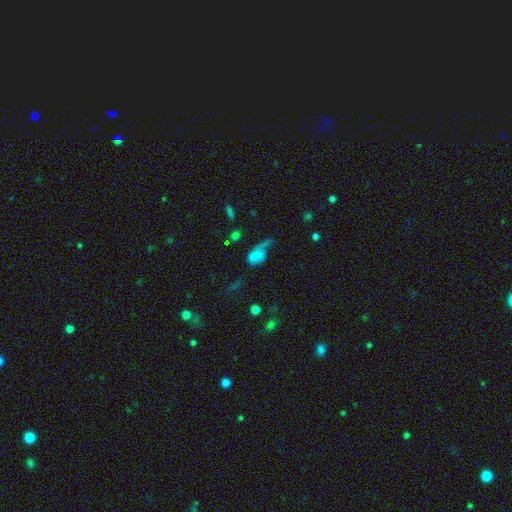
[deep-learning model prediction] smooth_or_featured: smooth (p=0.63) [alt: featured or disk p=0.24]
how_rounded: in between (p=0.84) [alt: round p=0.12]
merging: major disturbance (p=0.49) [alt: minor disturbance p=0.21]